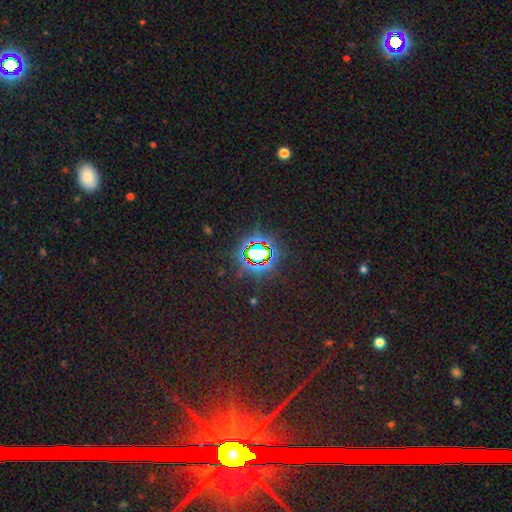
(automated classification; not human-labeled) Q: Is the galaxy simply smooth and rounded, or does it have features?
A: star or artifact — 76%.